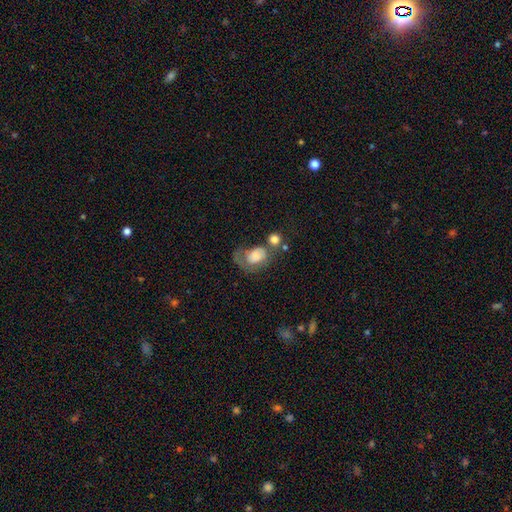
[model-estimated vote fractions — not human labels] A smooth galaxy with no disk features (57%) that is in between round and cigar-shaped (66%). Merging: major disturbance (34%).